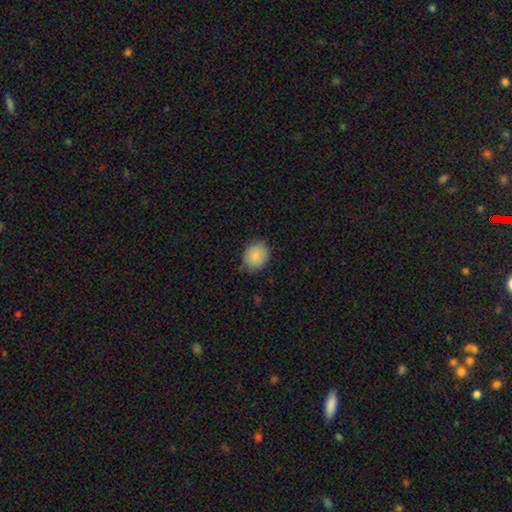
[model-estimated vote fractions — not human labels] Morphology: type=smooth (85%); roundness=round (58%); merging=none (76%).